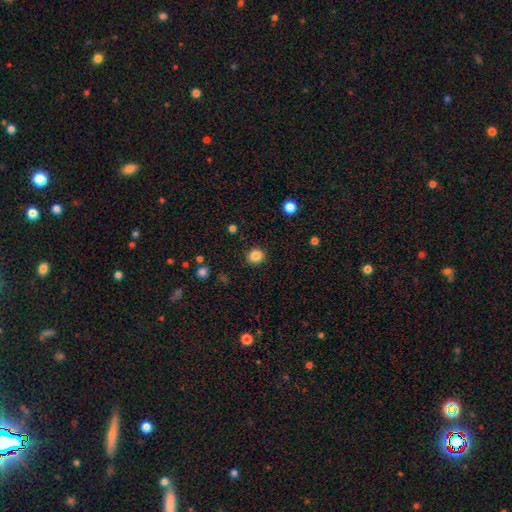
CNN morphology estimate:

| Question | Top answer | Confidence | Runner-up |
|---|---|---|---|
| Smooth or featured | smooth | 86% | star or artifact (11%) |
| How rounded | round | 86% | in between (13%) |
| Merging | none | 91% | minor disturbance (6%) |